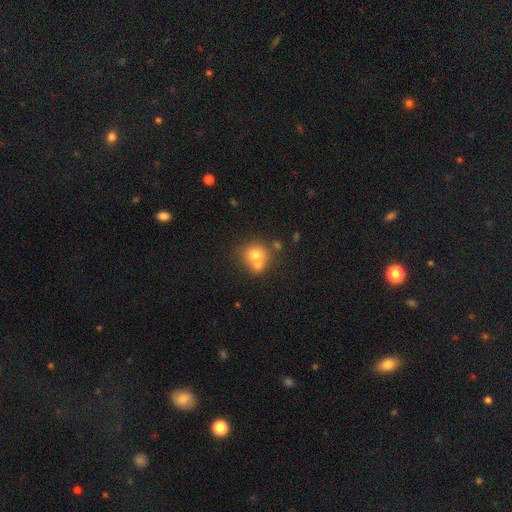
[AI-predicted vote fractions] Smooth or featured: smooth — 71% (featured or disk — 18%)
How rounded: round — 79% (in between — 20%)
Merging: merger — 46% (none — 41%)